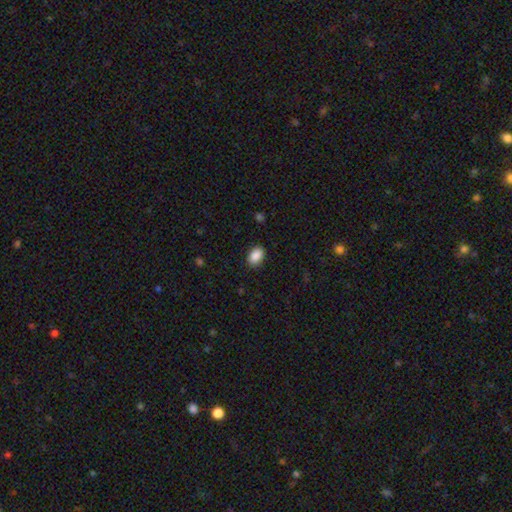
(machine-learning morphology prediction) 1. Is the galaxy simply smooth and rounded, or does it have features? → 89% smooth, 7% star or artifact, 3% featured or disk.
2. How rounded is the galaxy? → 88% in between, 11% round, 1% cigar-shaped.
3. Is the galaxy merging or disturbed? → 88% none, 8% minor disturbance, 2% major disturbance, 1% merger.